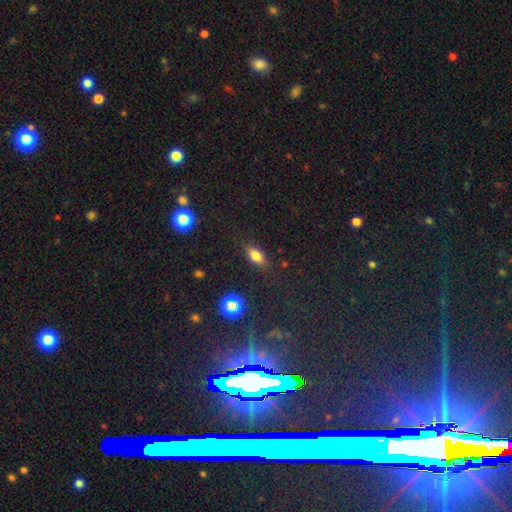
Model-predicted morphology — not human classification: A smooth galaxy with no disk features (76%) that is in between round and cigar-shaped (81%).

Vote fractions:
- Smooth or featured? smooth: 76% / star or artifact: 13% / featured or disk: 11%
- How rounded? in between: 81% / cigar-shaped: 11% / round: 8%
- Merging? none: 83% / minor disturbance: 12% / major disturbance: 4% / merger: 2%